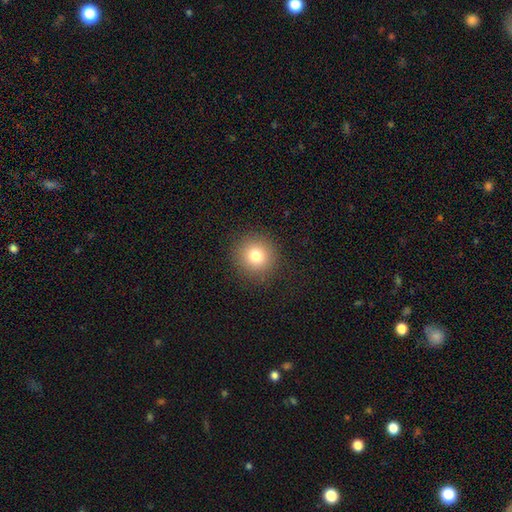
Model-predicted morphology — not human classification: Q: Smooth or featured?
A: smooth (80%); runner-up: star or artifact (12%)
Q: How rounded?
A: round (94%); runner-up: in between (5%)
Q: Merging?
A: none (90%); runner-up: minor disturbance (6%)